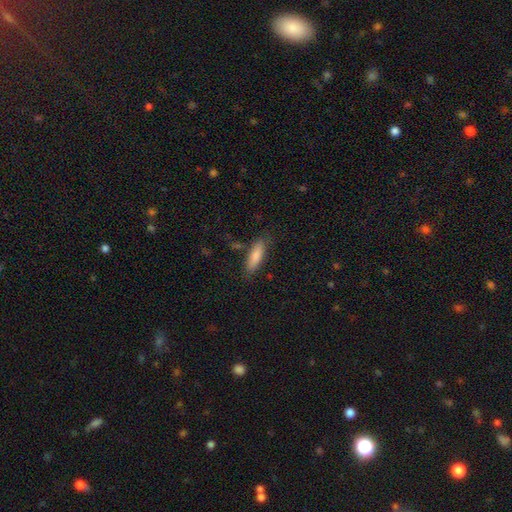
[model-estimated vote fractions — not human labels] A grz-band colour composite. It shows a smooth galaxy with no disk features (83%) that is cigar-shaped (53%). Merging: none (79%).